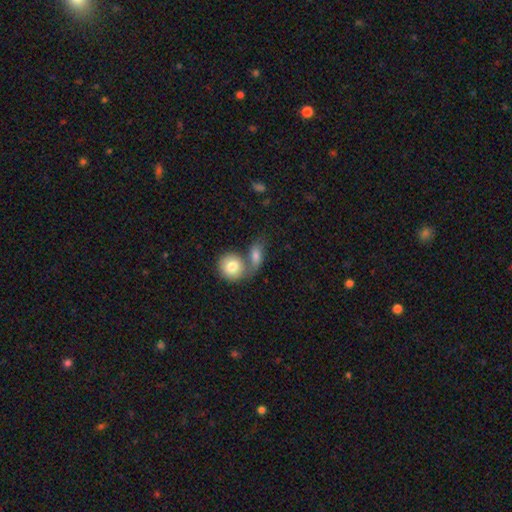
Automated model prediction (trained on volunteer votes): A smooth galaxy with no disk features (76%) that is in between round and cigar-shaped (66%).

Vote fractions:
- Smooth or featured? smooth: 76% / featured or disk: 16% / star or artifact: 8%
- How rounded? in between: 66% / round: 28% / cigar-shaped: 6%
- Merging? merger: 53% / none: 31% / minor disturbance: 10% / major disturbance: 6%